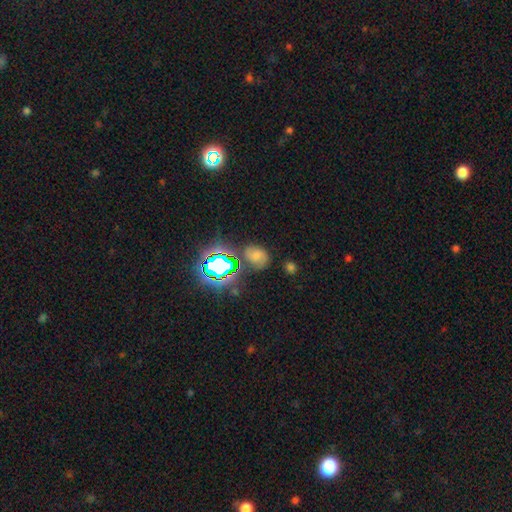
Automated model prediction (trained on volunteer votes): Q: Smooth or featured?
A: smooth (50%); runner-up: star or artifact (31%)
Q: Merging?
A: none (66%); runner-up: minor disturbance (21%)